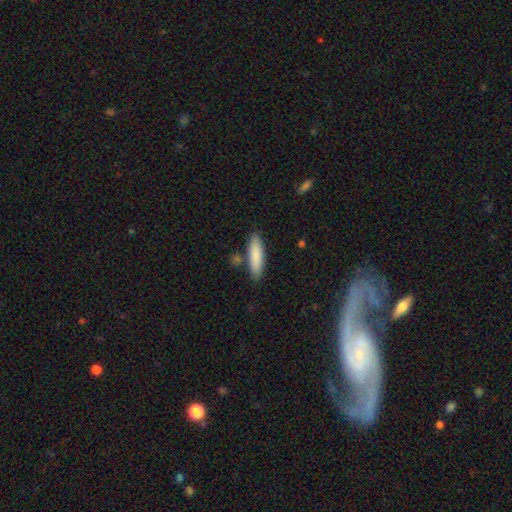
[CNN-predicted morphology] Smooth or featured? smooth (85%)
How rounded? cigar-shaped (72%)
Merging? none (83%)